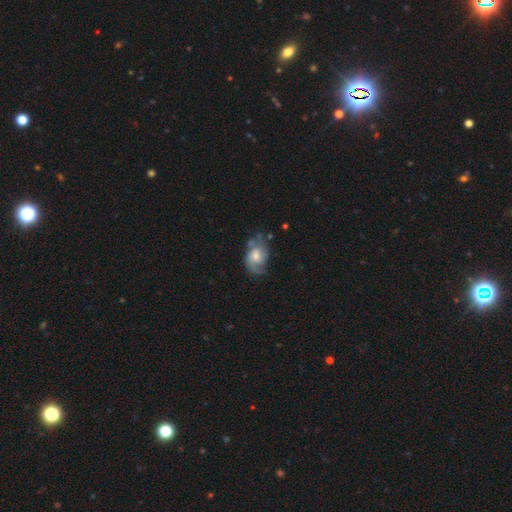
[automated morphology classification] featured or disk 63%, smooth 30%, star or artifact 7%. Down the decision tree: edge-on disk — no (97%); bar — no (65%); spiral arms — yes (87%); spiral arm count — 2 (61%); spiral winding — medium (43%); bulge size — moderate (54%); merging — none (53%).